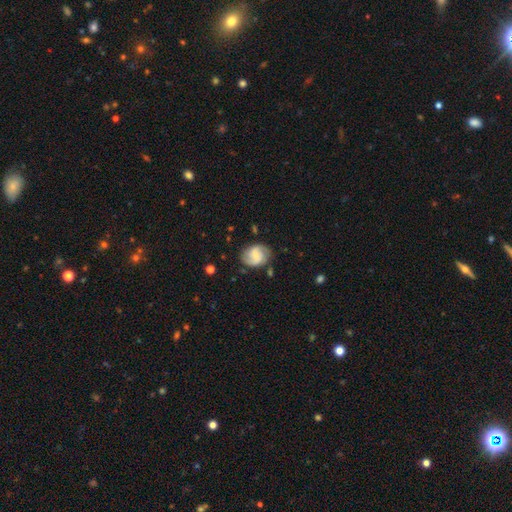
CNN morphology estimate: This is possibly a featured or disk galaxy (60%). It is clearly not viewed edge-on (98%). Bar: possibly no (47%). Spiral arm pattern: clearly yes (91%). Spiral arm count: clearly 2 (82%). Spiral winding: possibly medium (46%). Central bulge: possibly small (55%). Merging: likely none (73%).